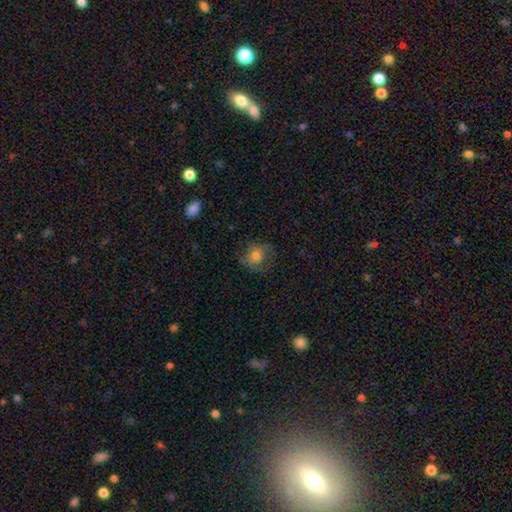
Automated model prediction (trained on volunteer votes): A smooth galaxy with no disk features (71%) that is round (75%).

Vote fractions:
- Smooth or featured? smooth: 71% / featured or disk: 20% / star or artifact: 9%
- How rounded? round: 75% / in between: 25% / cigar-shaped: 1%
- Merging? none: 66% / minor disturbance: 21% / major disturbance: 12% / merger: 1%